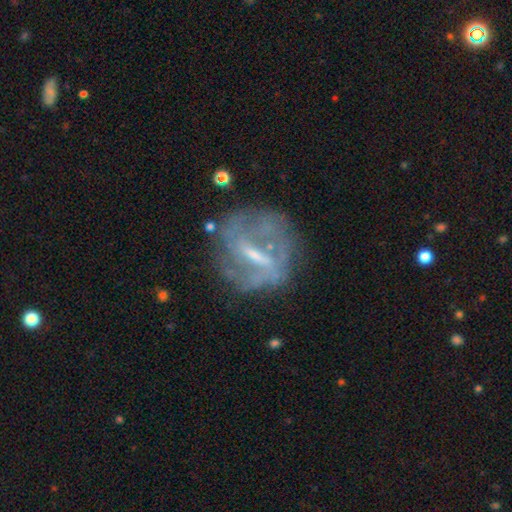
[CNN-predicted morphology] type=featured or disk (75%); edge-on=no (94%); bar=strong (46%); spiral arms=yes (65%); bulge=small (45%); merging=none (63%).